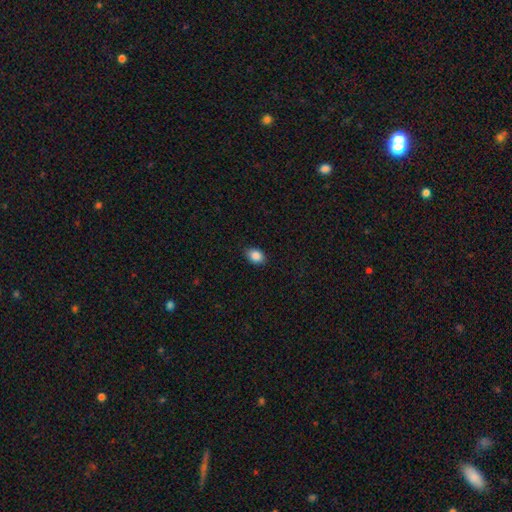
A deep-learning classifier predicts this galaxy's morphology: Overall: smooth (88%). How rounded: in between (73%). Merging: none (87%).